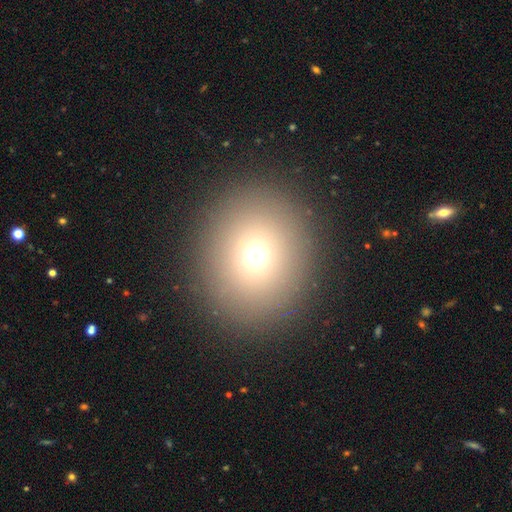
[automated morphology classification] Smooth or featured?
  - smooth: 71% *
  - star or artifact: 18%
  - featured or disk: 11%
How rounded?
  - round: 81% *
  - in between: 18%
  - cigar-shaped: 1%
Merging?
  - none: 91% *
  - minor disturbance: 5%
  - major disturbance: 3%
  - merger: 1%